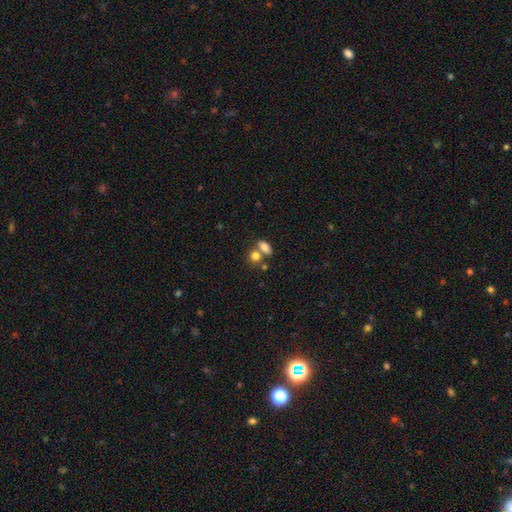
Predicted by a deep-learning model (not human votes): This is likely a smooth galaxy (80%). How rounded: possibly in between (53%). Merging: marginally merger (44%).